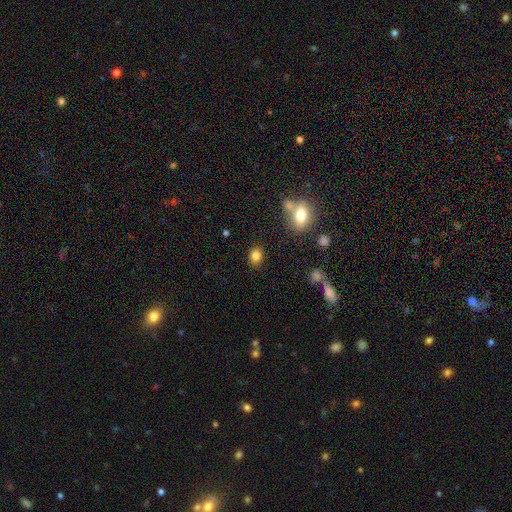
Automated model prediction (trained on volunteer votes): Smooth or featured?
  - smooth: 83% *
  - star or artifact: 11%
  - featured or disk: 6%
How rounded?
  - in between: 58% *
  - round: 40%
  - cigar-shaped: 1%
Merging?
  - none: 84% *
  - minor disturbance: 10%
  - merger: 3%
  - major disturbance: 3%